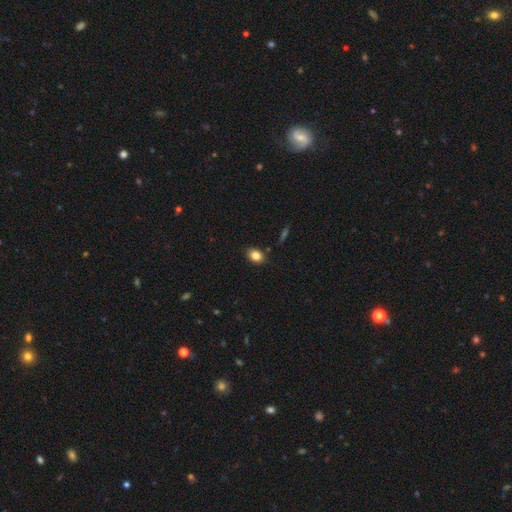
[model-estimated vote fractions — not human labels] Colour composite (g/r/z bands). It shows a smooth galaxy with no disk features (85%) that is in between round and cigar-shaped (68%). Merging: none (84%).